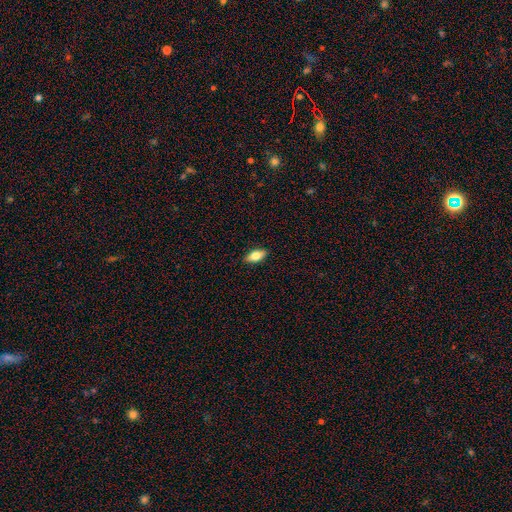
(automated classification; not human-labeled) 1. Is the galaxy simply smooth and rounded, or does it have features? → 73% smooth, 20% featured or disk, 7% star or artifact.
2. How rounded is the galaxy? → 84% in between, 13% cigar-shaped, 3% round.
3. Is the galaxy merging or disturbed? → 89% none, 8% minor disturbance, 2% major disturbance, 1% merger.